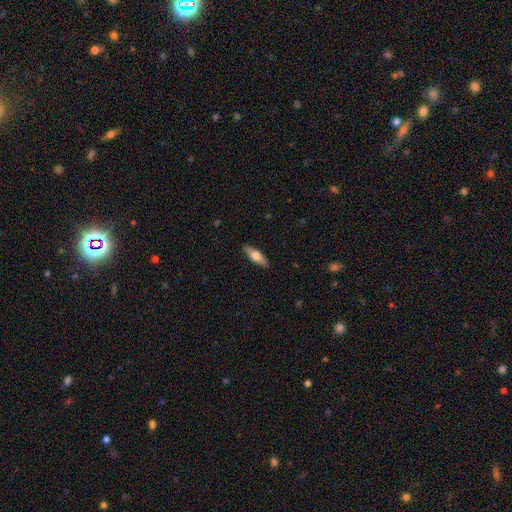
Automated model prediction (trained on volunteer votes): Smooth or featured?
  - smooth: 56% *
  - featured or disk: 38%
  - star or artifact: 6%
How rounded?
  - in between: 51% *
  - cigar-shaped: 46%
  - round: 3%
Merging?
  - none: 89% *
  - minor disturbance: 9%
  - major disturbance: 2%
  - merger: 1%